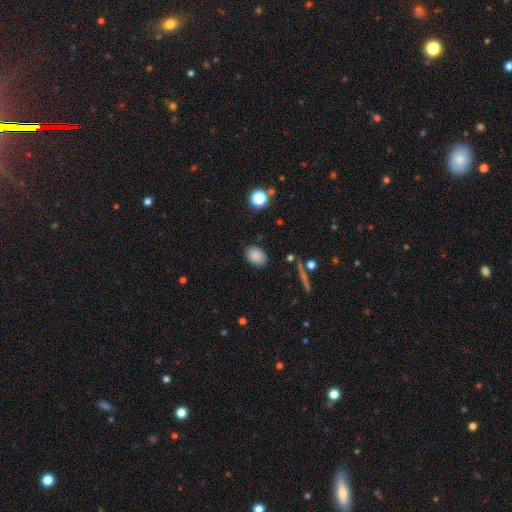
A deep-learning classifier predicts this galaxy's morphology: Smooth or featured? Predicted: smooth (p=0.85). How rounded? Predicted: in between (p=0.80). Merging? Predicted: none (p=0.83).